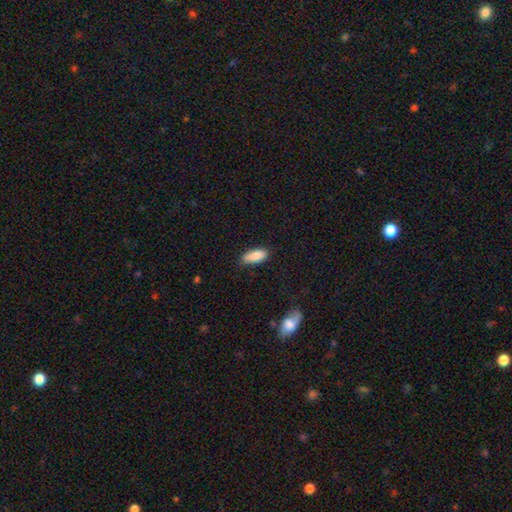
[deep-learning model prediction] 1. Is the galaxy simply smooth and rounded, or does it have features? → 88% smooth, 6% star or artifact, 6% featured or disk.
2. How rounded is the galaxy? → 80% in between, 18% cigar-shaped, 2% round.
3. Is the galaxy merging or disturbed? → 76% none, 19% minor disturbance, 3% major disturbance, 2% merger.